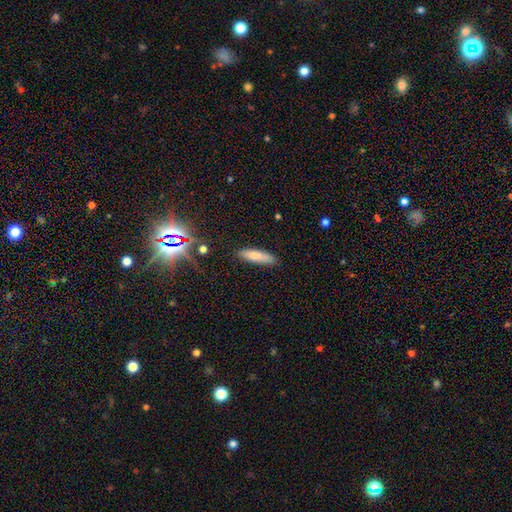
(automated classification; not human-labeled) Smooth or featured? smooth (80%)
How rounded? cigar-shaped (69%)
Merging? none (84%)